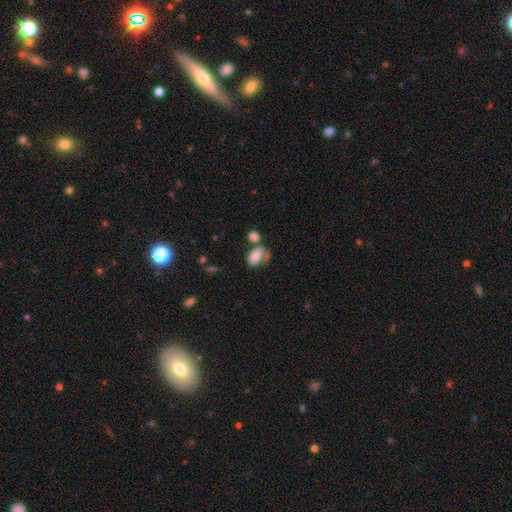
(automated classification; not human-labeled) The model was most divided on "merging": none: 38%, merger: 29%, minor disturbance: 20%, major disturbance: 13%. More confident: how rounded — in between (91%); smooth or featured — smooth (81%).